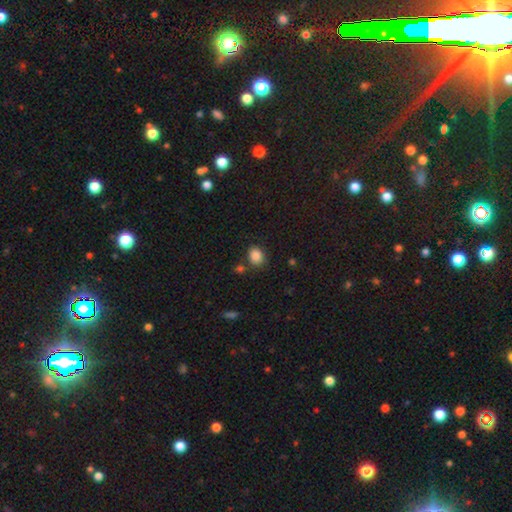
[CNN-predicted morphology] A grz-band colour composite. It shows a smooth galaxy with no disk features (86%) that is in between round and cigar-shaped (54%). Merging: none (76%).